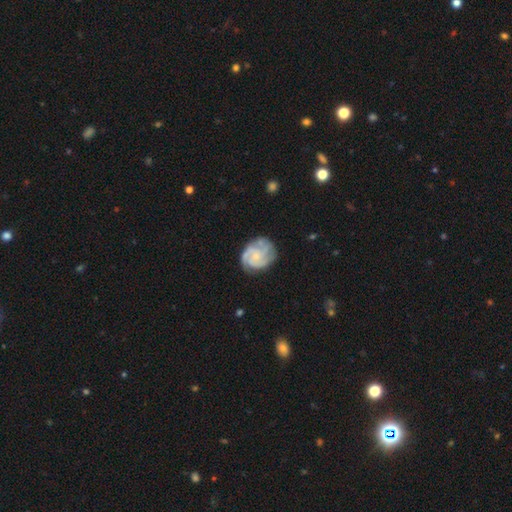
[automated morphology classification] type=featured or disk (82%); edge-on=no (98%); bar=no (72%); spiral arms=yes (96%); winding=tight (52%); arm count=3 (47%); bulge=small (64%); merging=none (71%).